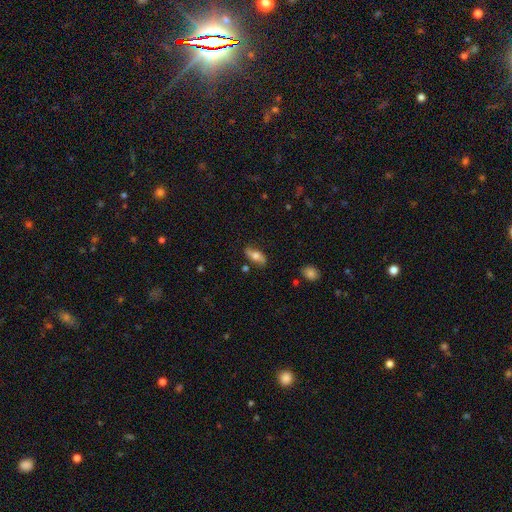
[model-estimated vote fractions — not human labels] A featured or disk galaxy (51%).

Vote fractions:
- Smooth or featured? featured or disk: 51% / smooth: 42% / star or artifact: 8%
- Edge-on disk? no: 77% / yes: 23%
- Merging? none: 78% / minor disturbance: 16% / major disturbance: 4% / merger: 2%